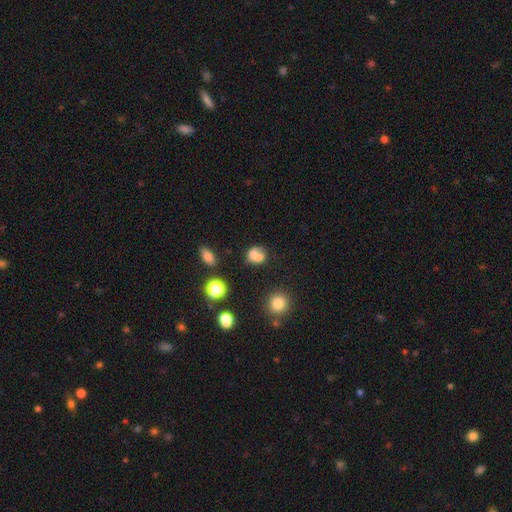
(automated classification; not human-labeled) Smooth or featured? Predicted: smooth (p=0.67). How rounded? Predicted: round (p=0.64). Merging? Predicted: merger (p=0.44).